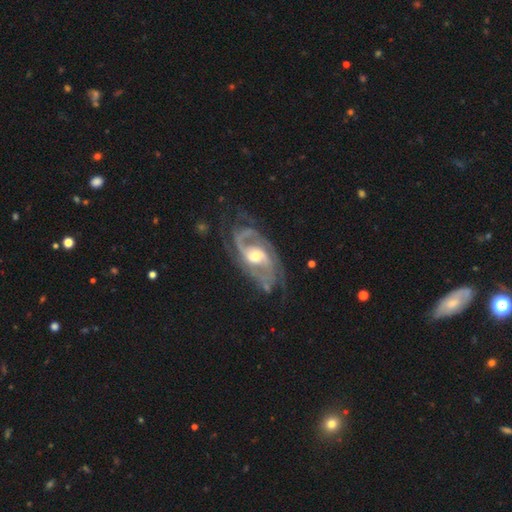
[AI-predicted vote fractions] featured or disk 90%, smooth 5%, star or artifact 4%. Down the decision tree: edge-on disk — no (96%); bar — no (47%); spiral arms — yes (97%); spiral arm count — 2 (71%); spiral winding — medium (48%); bulge size — moderate (65%); merging — none (64%).